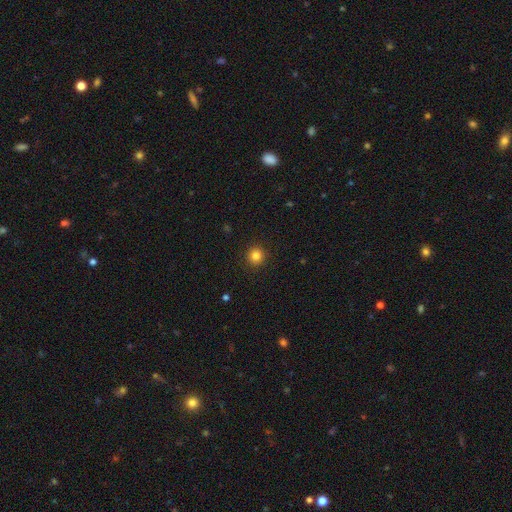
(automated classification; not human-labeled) A smooth galaxy with no disk features (84%) that is round (94%).

Vote fractions:
- Smooth or featured? smooth: 84% / star or artifact: 12% / featured or disk: 4%
- How rounded? round: 94% / in between: 5% / cigar-shaped: 1%
- Merging? none: 92% / minor disturbance: 5% / major disturbance: 2% / merger: 1%